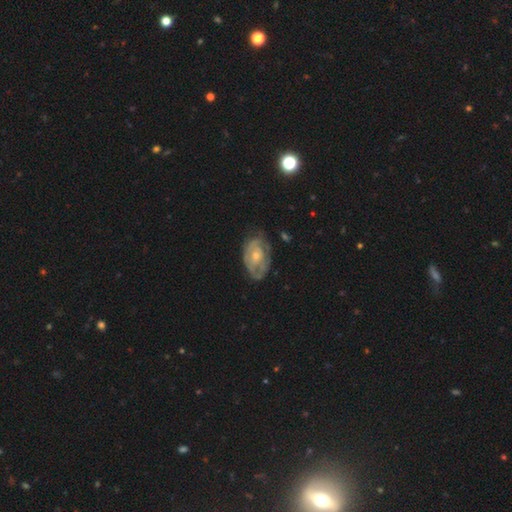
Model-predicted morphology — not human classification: Smooth or featured: featured or disk — 69% (smooth — 26%)
Edge-on disk: no — 95% (yes — 5%)
Bar: no — 79% (weak — 18%)
Spiral arms: yes — 65% (no — 35%)
Bulge size: small — 54% (moderate — 40%)
Merging: none — 59% (minor disturbance — 27%)